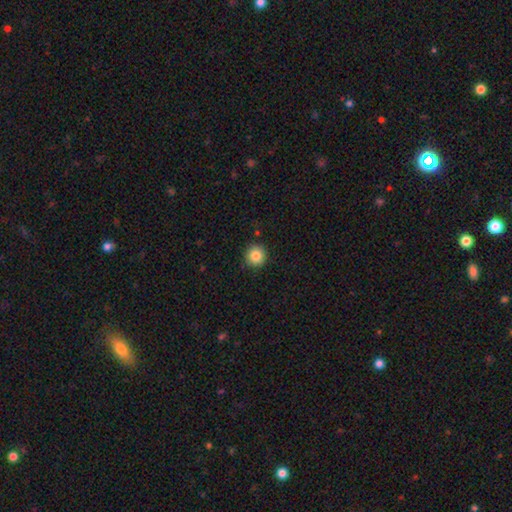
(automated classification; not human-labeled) Morphology: type=smooth (85%); roundness=round (94%); merging=none (90%).